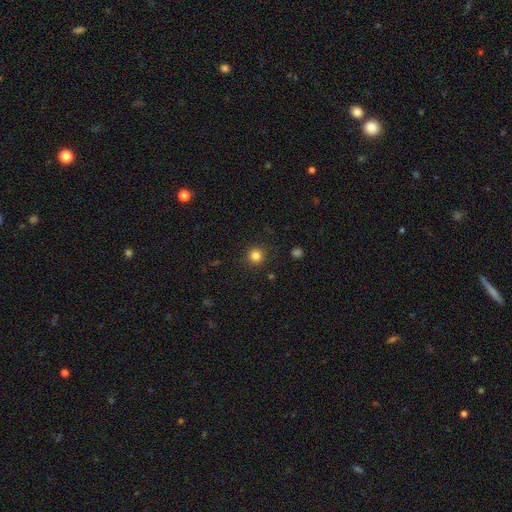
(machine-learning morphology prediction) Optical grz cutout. It shows a smooth galaxy with no disk features (83%) that is round (94%). Merging: none (90%).